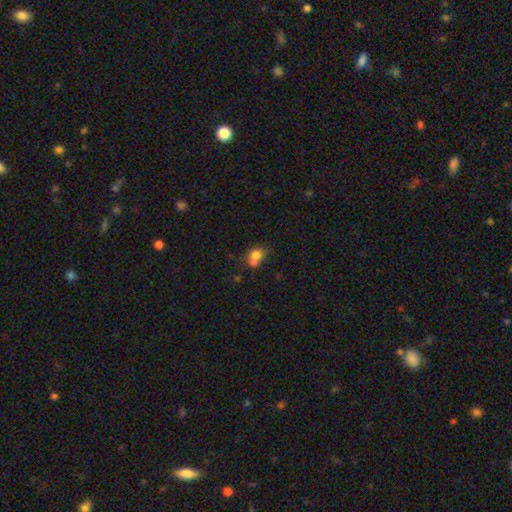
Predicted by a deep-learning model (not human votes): Smooth or featured: smooth — 75% (featured or disk — 13%)
How rounded: round — 62% (in between — 37%)
Merging: merger — 49% (none — 33%)